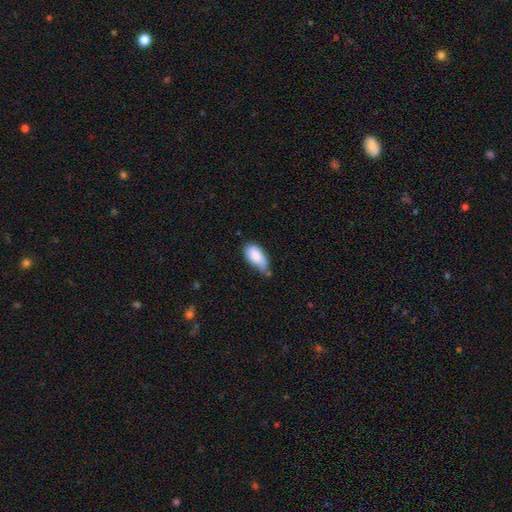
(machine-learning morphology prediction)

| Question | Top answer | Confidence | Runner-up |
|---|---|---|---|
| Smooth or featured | smooth | 83% | featured or disk (10%) |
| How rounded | in between | 91% | cigar-shaped (6%) |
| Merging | minor disturbance | 45% | none (39%) |